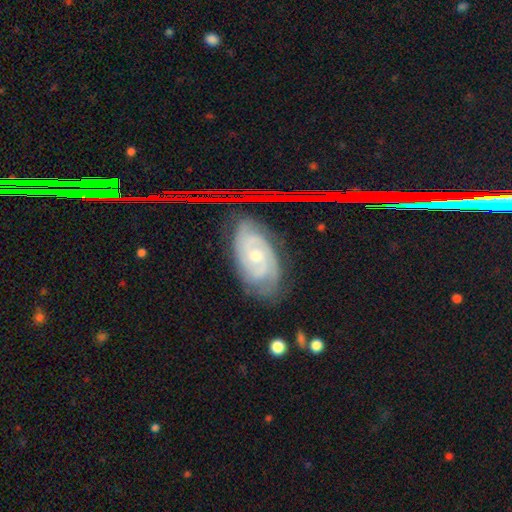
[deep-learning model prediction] Morphology: type=featured or disk (83%); edge-on=no (95%); bar=no (69%); spiral arms=yes (96%); winding=tight (70%); arm count=2 (41%); bulge=moderate (48%, tied with small); merging=none (72%).